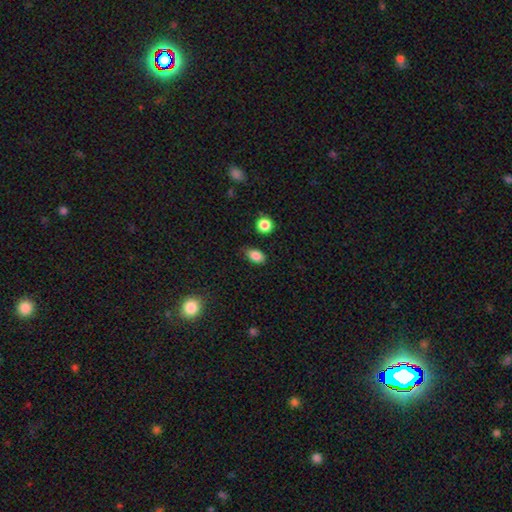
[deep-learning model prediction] Smooth or featured? smooth (85%)
How rounded? in between (84%)
Merging? none (76%)